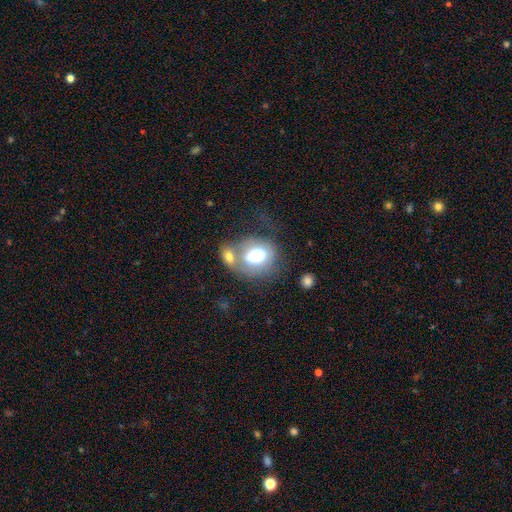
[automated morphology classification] Smooth or featured: smooth — 64% (featured or disk — 28%)
How rounded: in between — 57% (round — 42%)
Merging: merger — 47% (none — 26%)